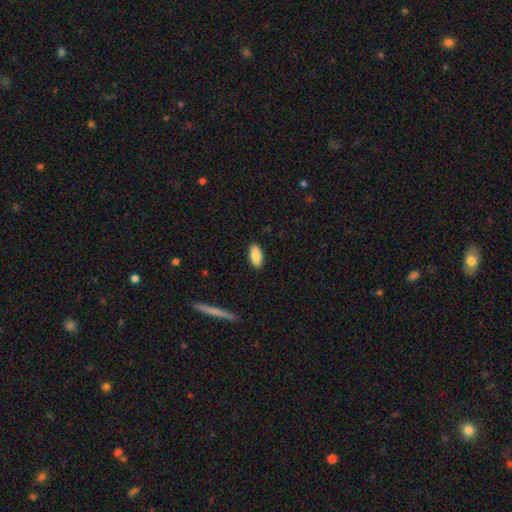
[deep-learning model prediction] Morphology: type=smooth (86%); roundness=in between (89%); merging=none (89%).